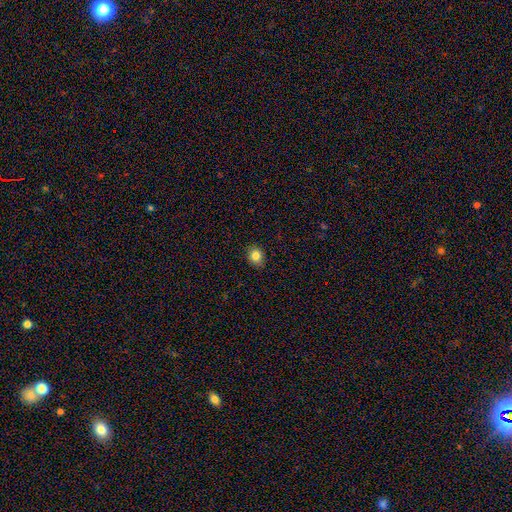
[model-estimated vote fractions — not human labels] Smooth or featured: smooth — 84% (star or artifact — 11%)
How rounded: round — 70% (in between — 29%)
Merging: none — 87% (minor disturbance — 10%)